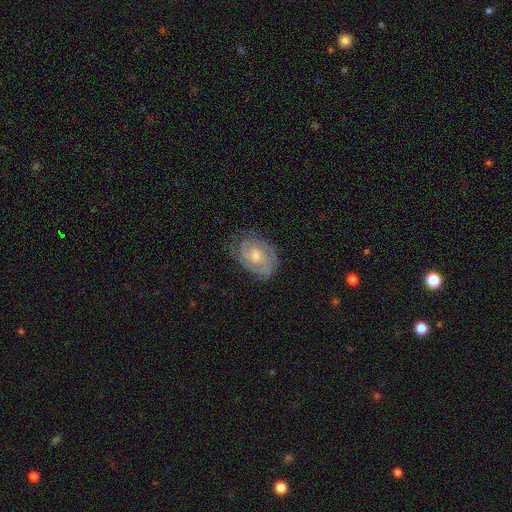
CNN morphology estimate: smooth_or_featured: featured or disk (p=0.72) [alt: smooth p=0.21]
disk_edge_on: no (p=0.96) [alt: yes p=0.04]
bar: no (p=0.67) [alt: weak p=0.29]
has_spiral_arms: yes (p=0.88) [alt: no p=0.12]
spiral_winding: tight (p=0.66) [alt: medium p=0.27]
spiral_arm_count: 2 (p=0.39) [alt: can't tell p=0.36]
bulge_size: moderate (p=0.57) [alt: small p=0.35]
merging: none (p=0.67) [alt: minor disturbance p=0.22]